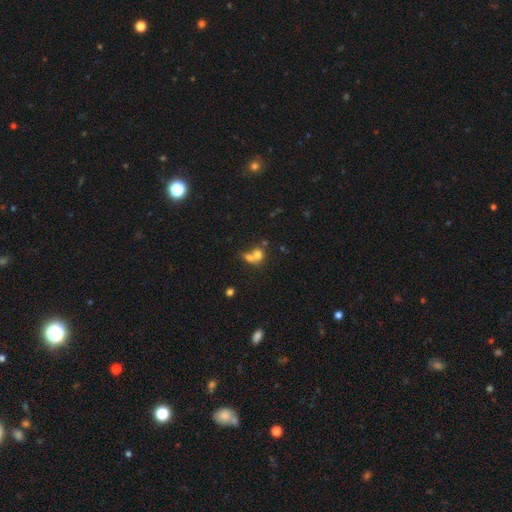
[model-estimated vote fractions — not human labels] Q: Smooth or featured?
A: smooth (70%); runner-up: featured or disk (17%)
Q: How rounded?
A: round (64%); runner-up: in between (35%)
Q: Merging?
A: merger (64%); runner-up: none (25%)